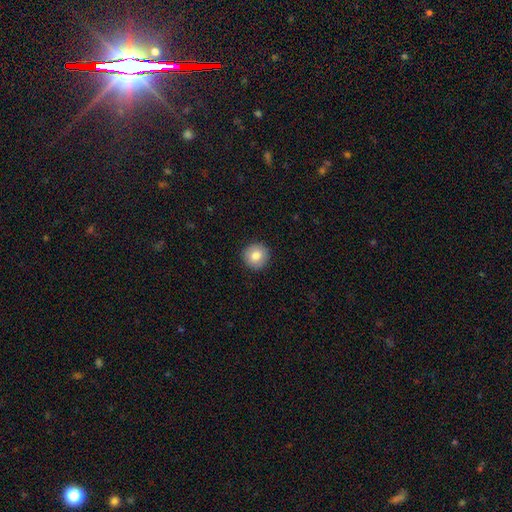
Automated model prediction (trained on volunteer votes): Overall: smooth (82%). How rounded: round (94%). Merging: none (92%).